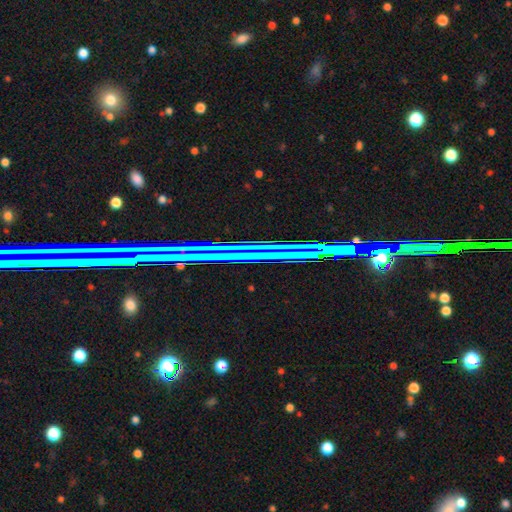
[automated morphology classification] Smooth or featured: star or artifact — 68% (featured or disk — 21%)